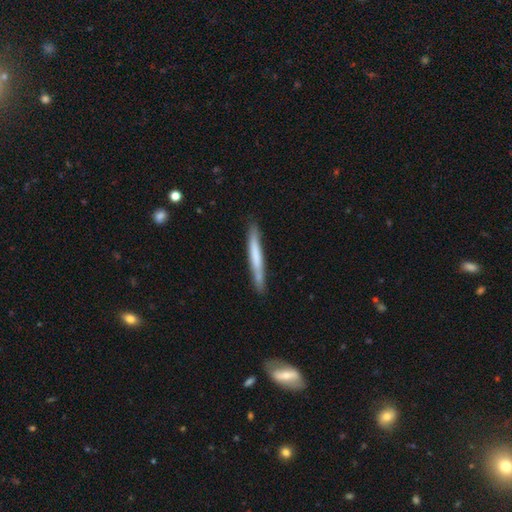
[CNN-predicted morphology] Smooth or featured: smooth — 60% (featured or disk — 35%)
How rounded: cigar-shaped — 96% (in between — 3%)
Merging: none — 85% (minor disturbance — 11%)